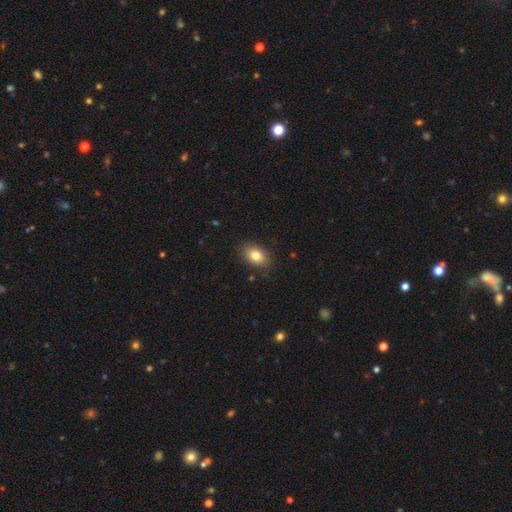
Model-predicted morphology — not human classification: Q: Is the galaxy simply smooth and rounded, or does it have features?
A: smooth — 82%.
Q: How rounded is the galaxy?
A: in between — 82%.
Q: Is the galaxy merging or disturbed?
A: none — 86%.